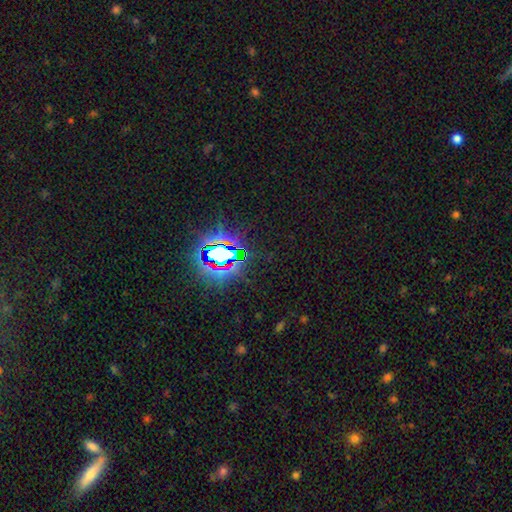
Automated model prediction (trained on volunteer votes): A star or artifact, not a galaxy (81%).

Vote fractions:
- Smooth or featured? star or artifact: 81% / smooth: 11% / featured or disk: 8%